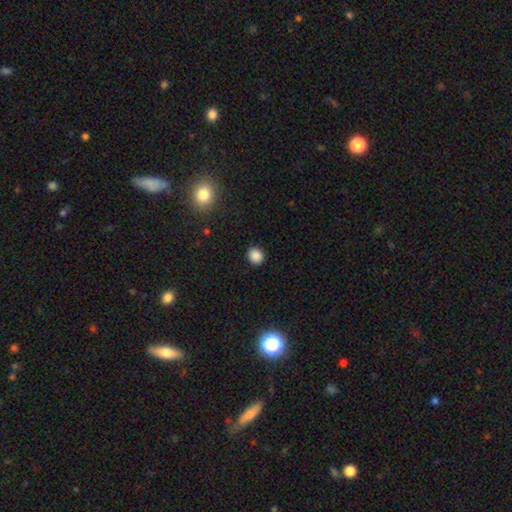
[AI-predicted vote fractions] Morphology: type=smooth (86%); roundness=round (80%); merging=none (90%).